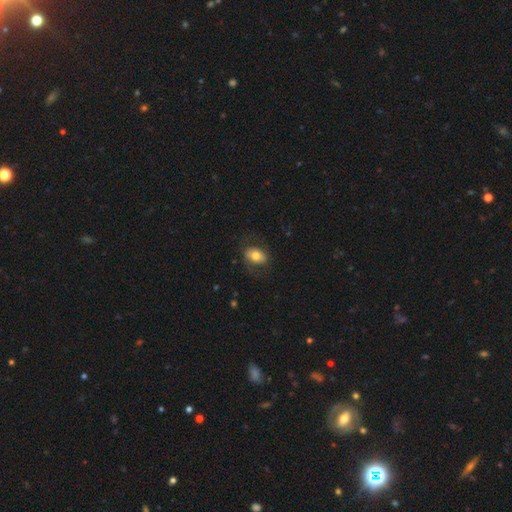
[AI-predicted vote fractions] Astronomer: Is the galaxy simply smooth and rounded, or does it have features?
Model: smooth — 70%.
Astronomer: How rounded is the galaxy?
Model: in between — 77%.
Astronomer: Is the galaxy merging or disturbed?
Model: none — 73%.